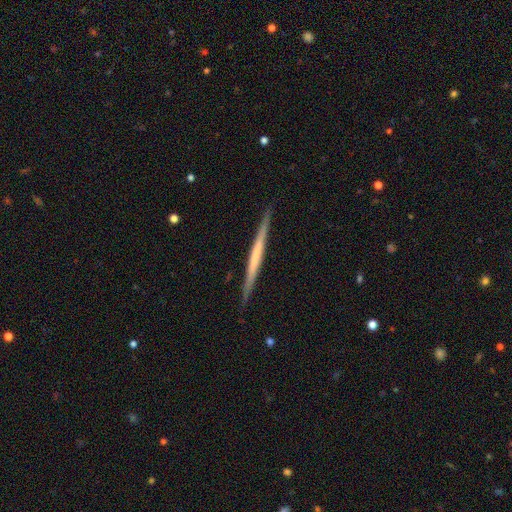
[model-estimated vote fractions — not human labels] Smooth or featured: featured or disk — 59% (smooth — 36%)
Edge-on disk: yes — 98% (no — 2%)
Edge-on bulge: none — 83% (rounded — 9%)
Merging: none — 91% (minor disturbance — 7%)